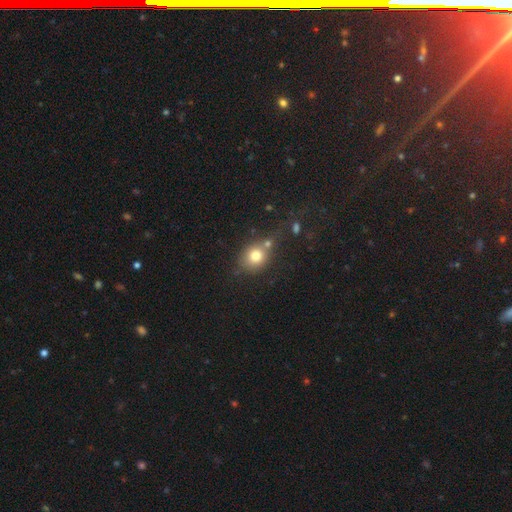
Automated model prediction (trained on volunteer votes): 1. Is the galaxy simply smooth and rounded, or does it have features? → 79% smooth, 11% star or artifact, 10% featured or disk.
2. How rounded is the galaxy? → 69% round, 30% in between, 1% cigar-shaped.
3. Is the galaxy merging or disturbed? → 53% none, 25% merger, 15% minor disturbance, 7% major disturbance.